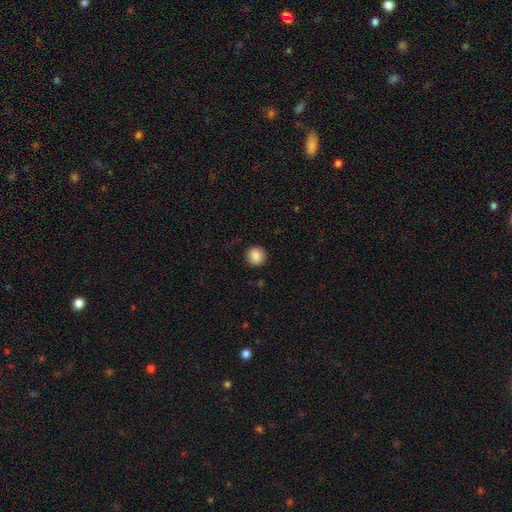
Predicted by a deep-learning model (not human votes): The model was most divided on "smooth or featured": smooth: 88%, star or artifact: 9%, featured or disk: 4%. More confident: how rounded — round (90%); merging — none (89%).